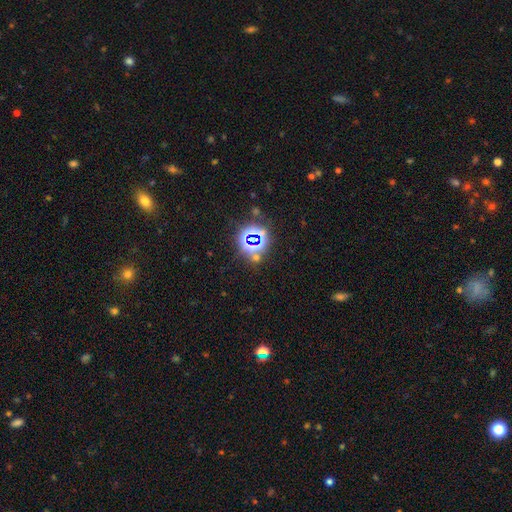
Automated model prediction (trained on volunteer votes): A star or artifact, not a galaxy (77%).